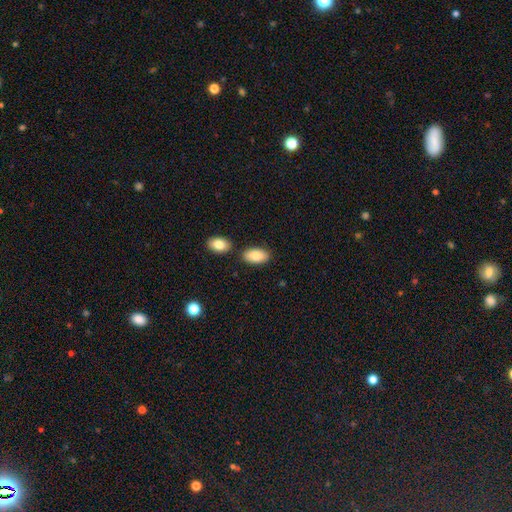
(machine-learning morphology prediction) type=smooth (86%); roundness=in between (95%); merging=none (78%).